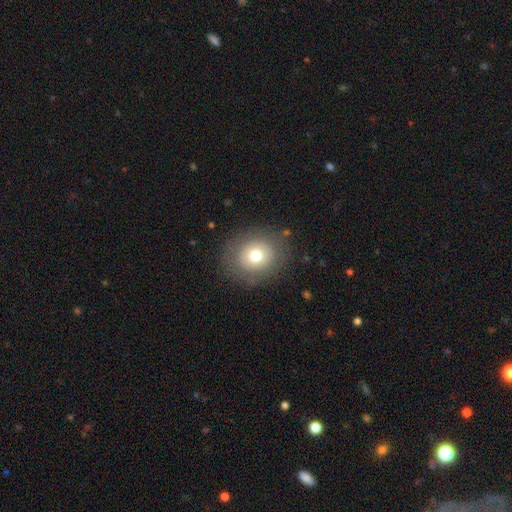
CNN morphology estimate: Overall: smooth (71%). How rounded: round (66%; in between 33%). Merging: none (84%).